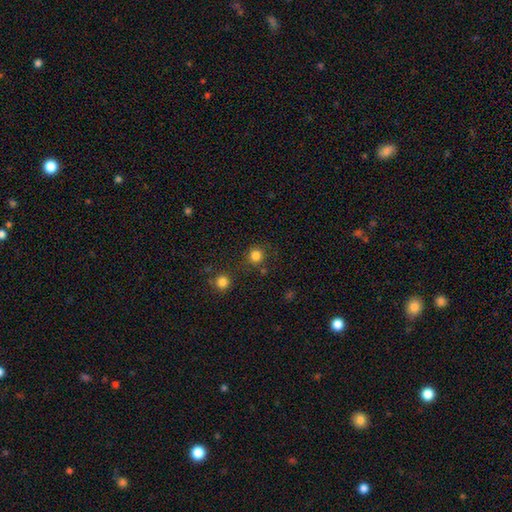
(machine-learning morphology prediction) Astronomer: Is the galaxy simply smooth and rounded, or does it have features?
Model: smooth — 82%.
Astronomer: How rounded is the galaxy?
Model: round — 93%.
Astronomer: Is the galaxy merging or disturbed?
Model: none — 82%.